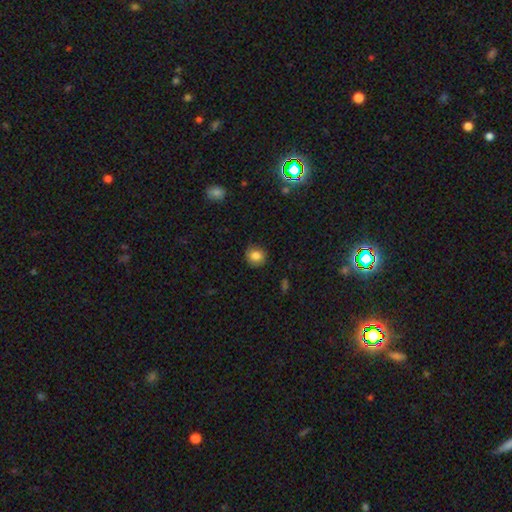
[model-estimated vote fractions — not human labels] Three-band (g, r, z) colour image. It shows a smooth galaxy with no disk features (81%) that is round (83%). Merging: none (85%).